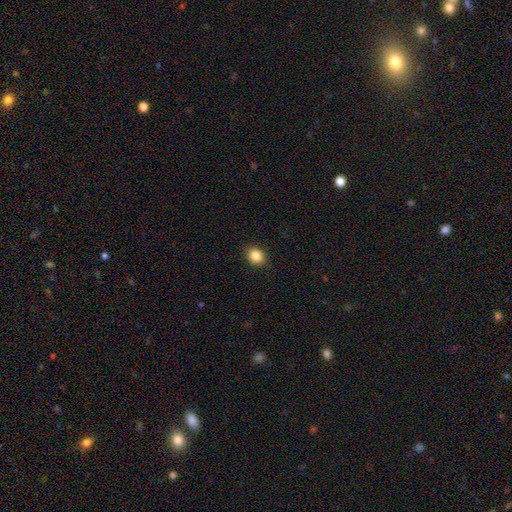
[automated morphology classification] This is clearly a smooth galaxy (85%). How rounded: likely round (64%). Merging: clearly none (90%).